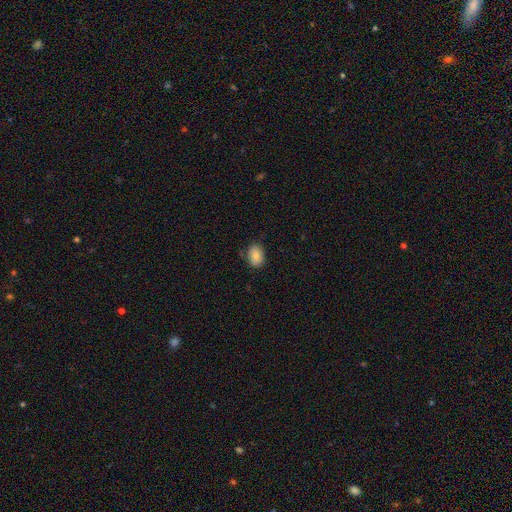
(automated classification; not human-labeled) Q: Smooth or featured?
A: smooth (83%); runner-up: featured or disk (9%)
Q: How rounded?
A: in between (77%); runner-up: round (22%)
Q: Merging?
A: none (80%); runner-up: minor disturbance (15%)